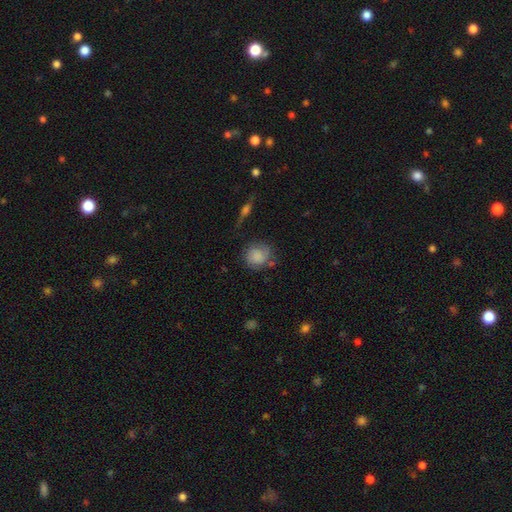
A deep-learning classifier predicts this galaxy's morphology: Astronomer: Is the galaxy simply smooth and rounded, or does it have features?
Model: smooth — 69%.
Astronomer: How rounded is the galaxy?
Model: round — 79%.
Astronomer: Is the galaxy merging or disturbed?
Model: none — 64%.